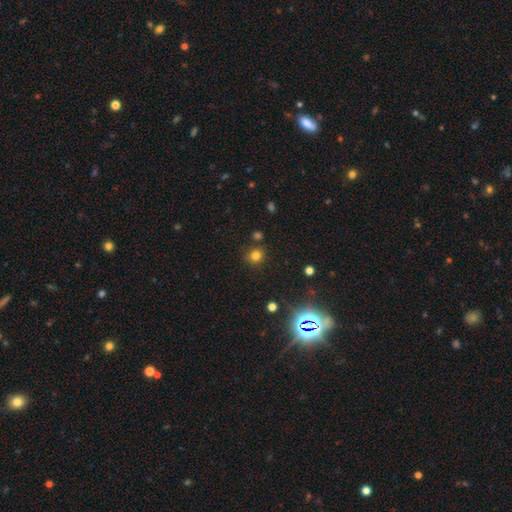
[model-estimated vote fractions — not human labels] Smooth or featured?
  - smooth: 77% *
  - star or artifact: 17%
  - featured or disk: 6%
How rounded?
  - round: 90% *
  - in between: 9%
  - cigar-shaped: 1%
Merging?
  - none: 81% *
  - minor disturbance: 9%
  - merger: 6%
  - major disturbance: 3%